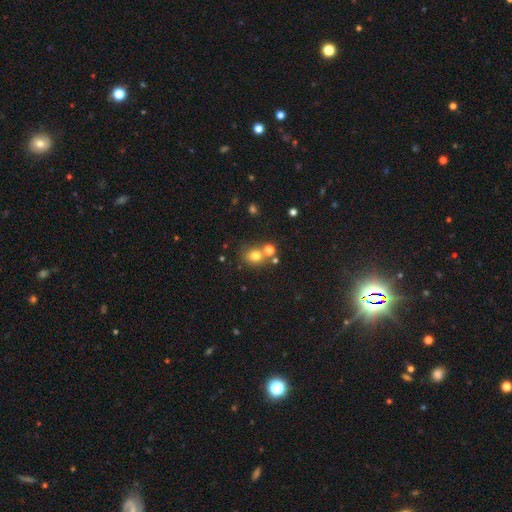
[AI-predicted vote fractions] Smooth or featured: smooth — 74% (star or artifact — 16%)
How rounded: round — 69% (in between — 30%)
Merging: none — 60% (merger — 24%)